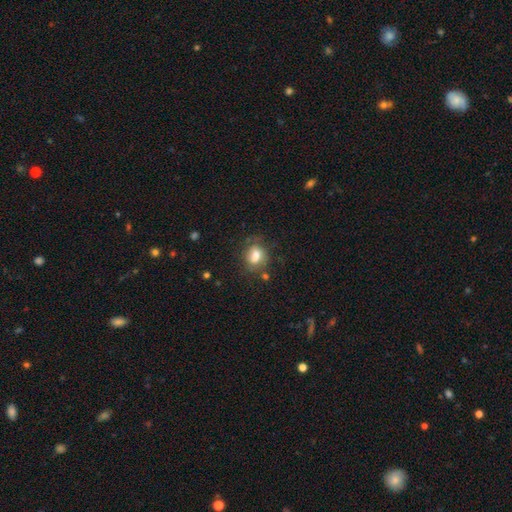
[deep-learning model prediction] Morphology: type=smooth (75%); roundness=in between (56%); merging=none (63%).